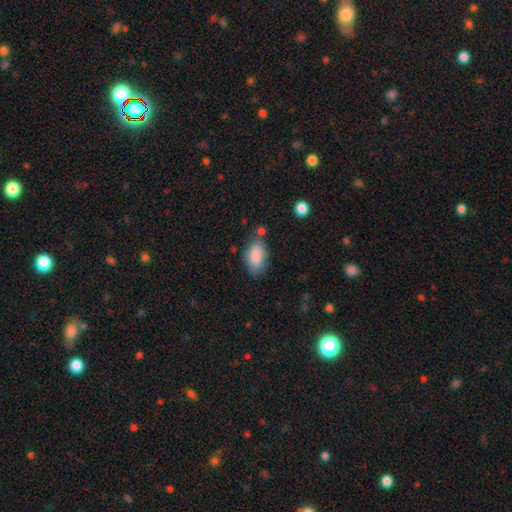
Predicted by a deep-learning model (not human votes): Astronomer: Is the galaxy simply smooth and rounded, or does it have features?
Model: smooth — 86%.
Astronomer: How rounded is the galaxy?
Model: in between — 92%.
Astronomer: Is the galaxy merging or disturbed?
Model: none — 65%.